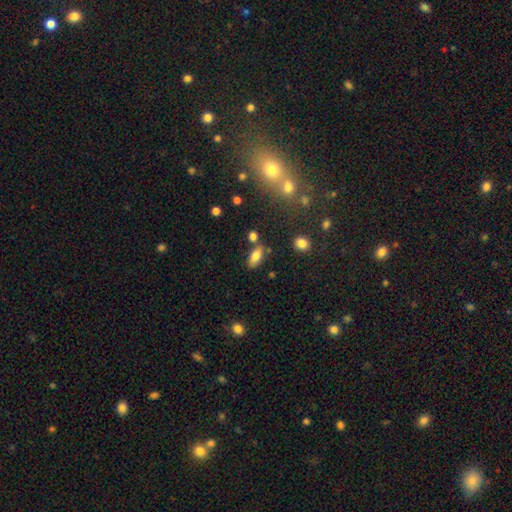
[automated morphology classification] This appears to be a smooth galaxy with no disk features (78%) that is in between round and cigar-shaped (85%). Merging: none (72%).